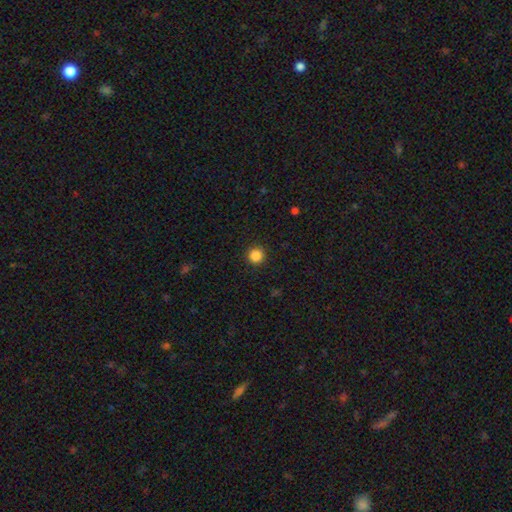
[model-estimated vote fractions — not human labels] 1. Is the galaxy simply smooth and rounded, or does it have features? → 86% smooth, 11% star or artifact, 3% featured or disk.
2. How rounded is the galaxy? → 95% round, 4% in between, 1% cigar-shaped.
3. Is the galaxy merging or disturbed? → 91% none, 6% minor disturbance, 2% major disturbance, 1% merger.